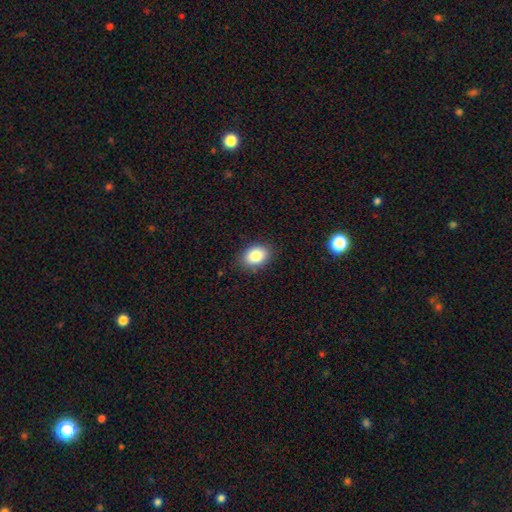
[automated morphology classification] Q: Smooth or featured?
A: smooth (85%); runner-up: star or artifact (9%)
Q: How rounded?
A: in between (73%); runner-up: round (26%)
Q: Merging?
A: none (87%); runner-up: minor disturbance (10%)